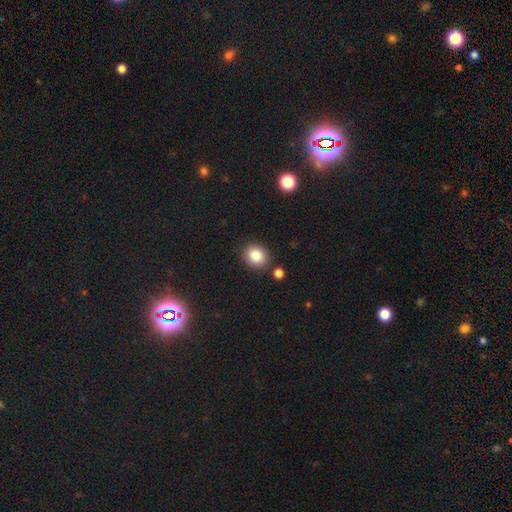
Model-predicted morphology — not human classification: Smooth or featured: smooth — 87% (star or artifact — 9%)
How rounded: round — 63% (in between — 36%)
Merging: none — 81% (minor disturbance — 11%)